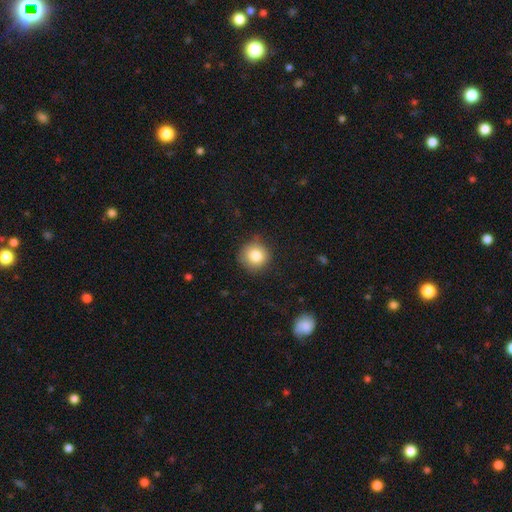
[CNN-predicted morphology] Smooth or featured: smooth — 82% (star or artifact — 10%)
How rounded: round — 93% (in between — 6%)
Merging: none — 84% (minor disturbance — 12%)